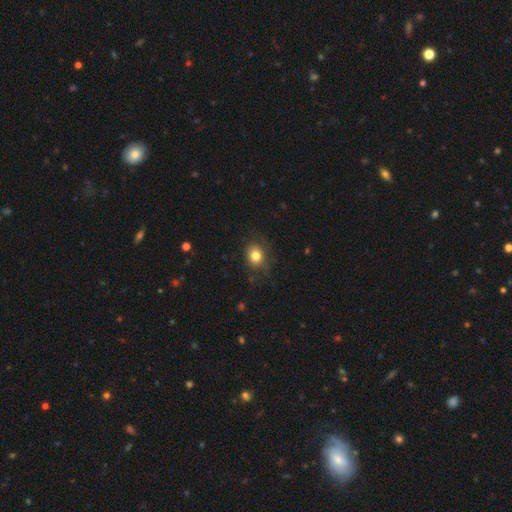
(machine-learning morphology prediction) This appears to be a smooth galaxy with no disk features (81%) that is round (62%). Merging: none (76%).